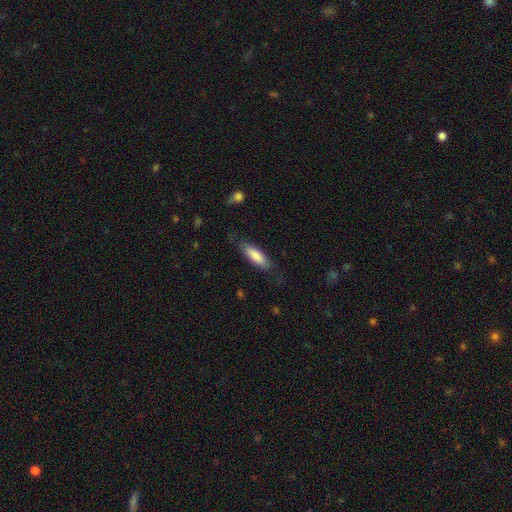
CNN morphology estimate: Smooth or featured: smooth — 81% (featured or disk — 14%)
How rounded: in between — 50% (cigar-shaped — 48%)
Merging: none — 76% (minor disturbance — 17%)